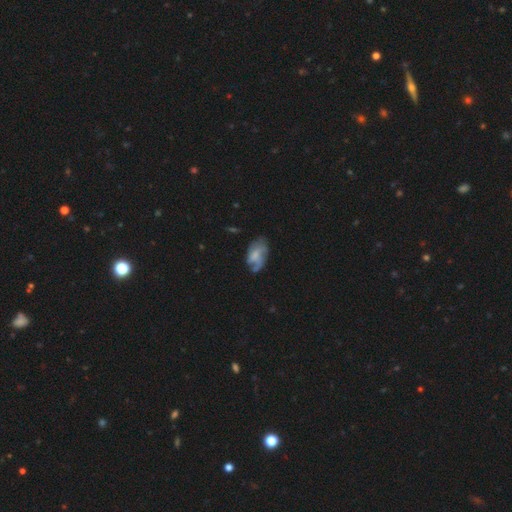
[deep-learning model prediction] smooth-or-featured: smooth: 49% | featured or disk: 43% | star or artifact: 8%
  merging: none: 43% | minor disturbance: 31% | major disturbance: 22% | merger: 4%